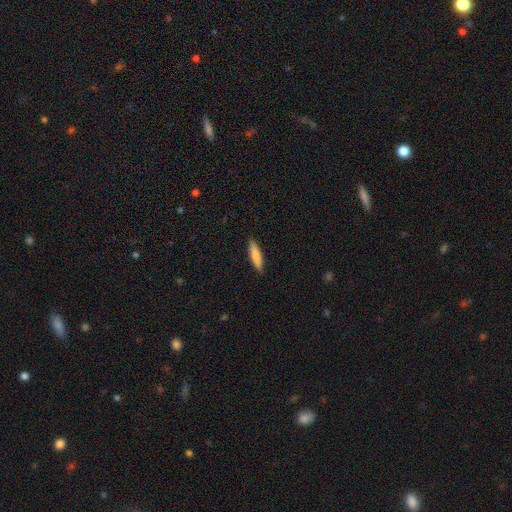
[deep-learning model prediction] smooth 80%, featured or disk 14%, star or artifact 6%. Down the decision tree: how rounded — cigar-shaped (80%); merging — none (90%).